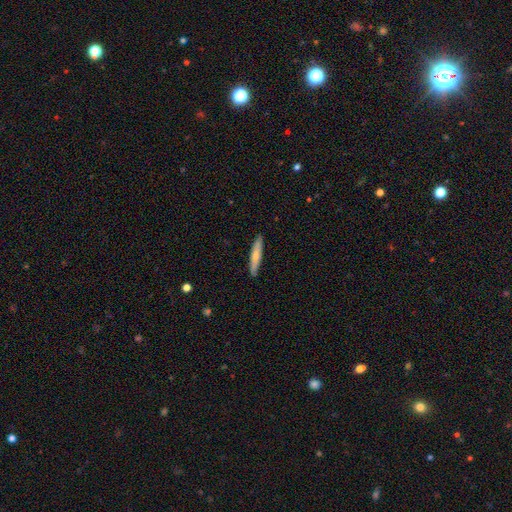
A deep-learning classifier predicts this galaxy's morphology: A smooth galaxy with no disk features (66%) that is cigar-shaped (92%). Merging: none (90%).